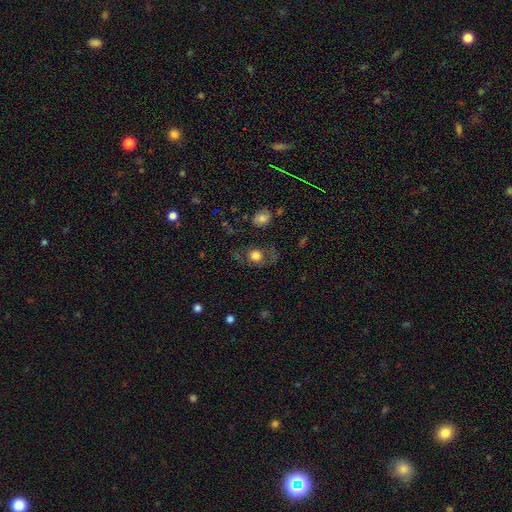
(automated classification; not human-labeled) Overall: smooth (67%). How rounded: round (62%; in between 36%). Merging: none (69%).